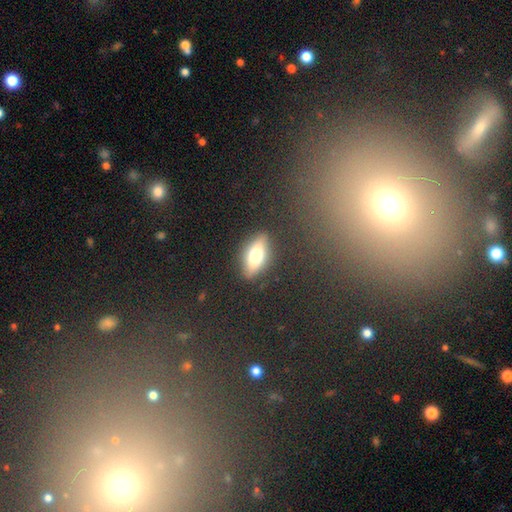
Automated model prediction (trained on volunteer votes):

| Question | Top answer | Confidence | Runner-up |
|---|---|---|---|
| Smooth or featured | smooth | 64% | featured or disk (27%) |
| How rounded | in between | 76% | cigar-shaped (18%) |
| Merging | none | 85% | minor disturbance (10%) |